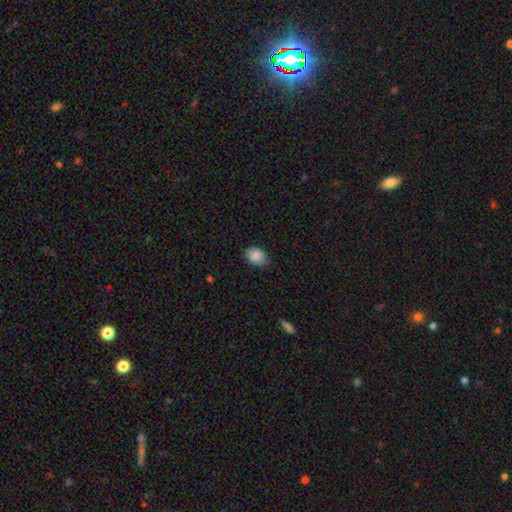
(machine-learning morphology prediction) smooth_or_featured: smooth (p=0.88) [alt: star or artifact p=0.07]
how_rounded: in between (p=0.74) [alt: round p=0.25]
merging: none (p=0.81) [alt: minor disturbance p=0.16]